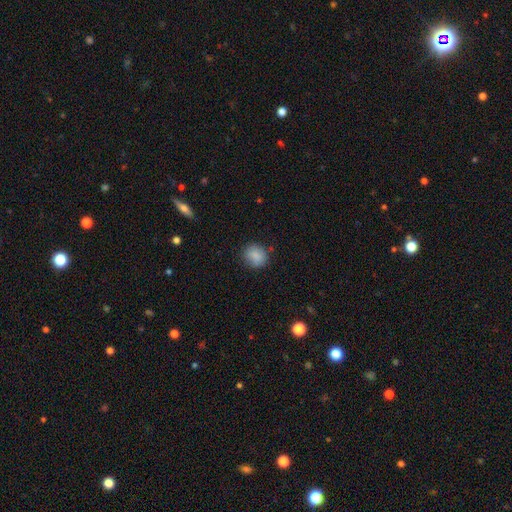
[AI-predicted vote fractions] A smooth galaxy with no disk features (86%) that is round (74%).

Vote fractions:
- Smooth or featured? smooth: 86% / star or artifact: 9% / featured or disk: 5%
- How rounded? round: 74% / in between: 25% / cigar-shaped: 1%
- Merging? none: 80% / minor disturbance: 15% / major disturbance: 3% / merger: 2%